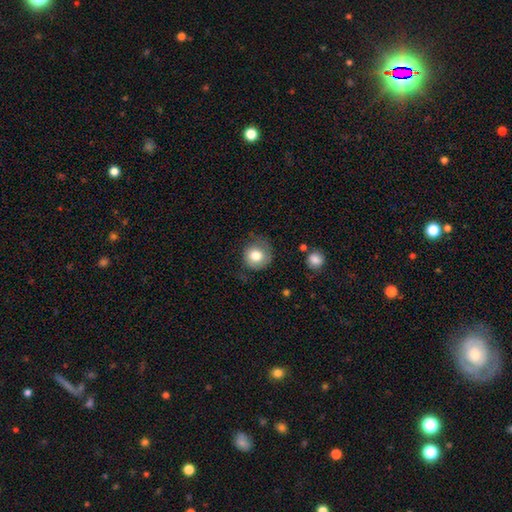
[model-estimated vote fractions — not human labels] Smooth or featured: smooth — 78% (featured or disk — 13%)
How rounded: round — 86% (in between — 13%)
Merging: none — 64% (minor disturbance — 24%)